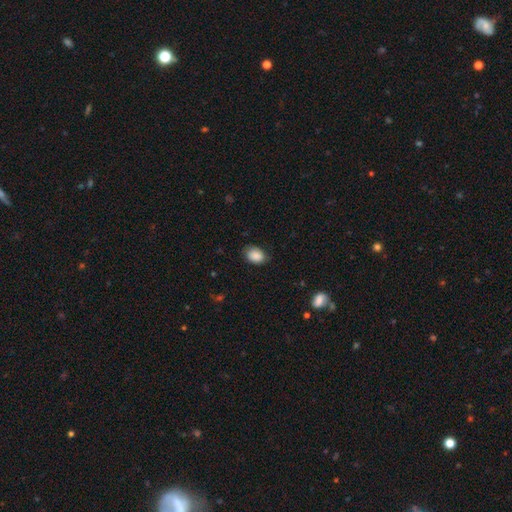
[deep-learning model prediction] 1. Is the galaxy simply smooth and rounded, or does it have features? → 88% smooth, 8% star or artifact, 4% featured or disk.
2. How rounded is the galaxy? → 76% in between, 23% round, 1% cigar-shaped.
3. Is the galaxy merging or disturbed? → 77% none, 19% minor disturbance, 3% major disturbance, 1% merger.